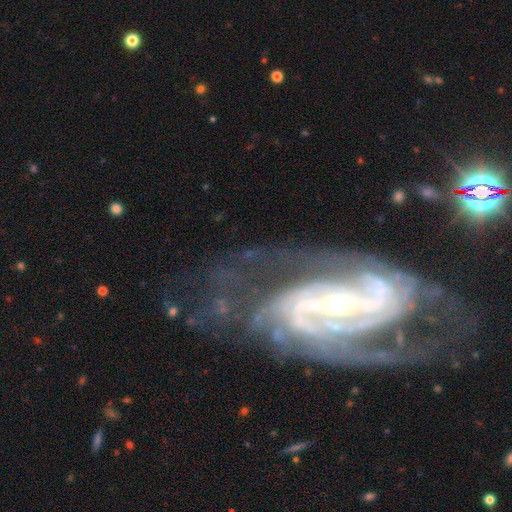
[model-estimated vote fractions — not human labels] Smooth or featured?
  - featured or disk: 92% *
  - star or artifact: 5%
  - smooth: 3%
Edge-on disk?
  - no: 96% *
  - yes: 4%
Bar?
  - strong: 57% *
  - weak: 29%
  - no: 15%
Spiral arms?
  - yes: 98% *
  - no: 2%
Spiral winding?
  - tight: 49% *
  - medium: 41%
  - loose: 10%
Spiral arm count?
  - 2: 59% *
  - 3: 14%
  - can't tell: 10%
  - 4: 7%
  - more than 4: 5%
  - 1: 5%
Bulge size?
  - small: 58% *
  - moderate: 38%
  - large: 3%
  - none: 1%
  - dominant: 1%
Merging?
  - none: 63% *
  - minor disturbance: 19%
  - major disturbance: 15%
  - merger: 3%